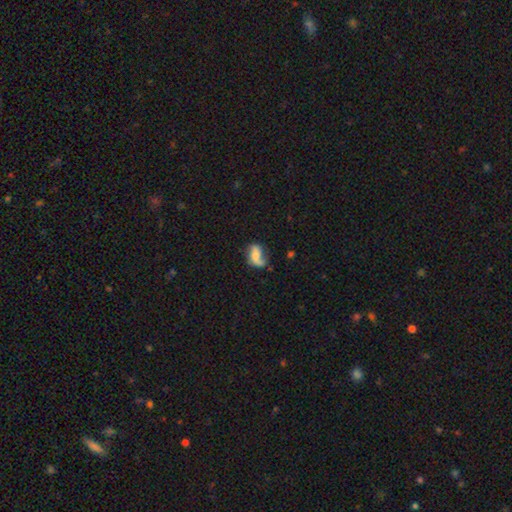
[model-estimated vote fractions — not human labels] featured or disk 56%, smooth 36%, star or artifact 8%. Down the decision tree: edge-on disk — no (96%); bar — no (51%); spiral arms — yes (85%); bulge size — small (39%); merging — none (49%).